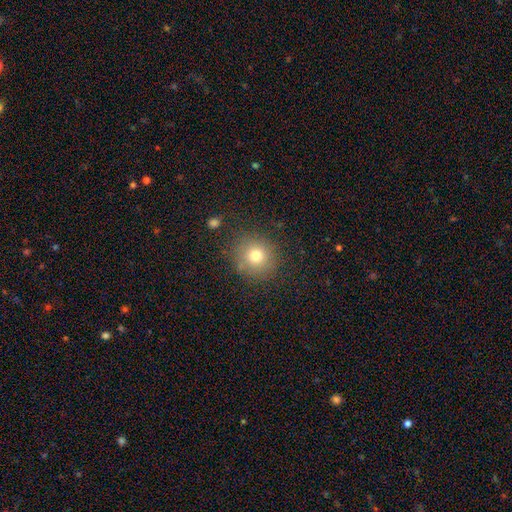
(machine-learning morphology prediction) Q: Smooth or featured?
A: smooth (75%); runner-up: star or artifact (14%)
Q: How rounded?
A: round (89%); runner-up: in between (10%)
Q: Merging?
A: none (84%); runner-up: minor disturbance (10%)